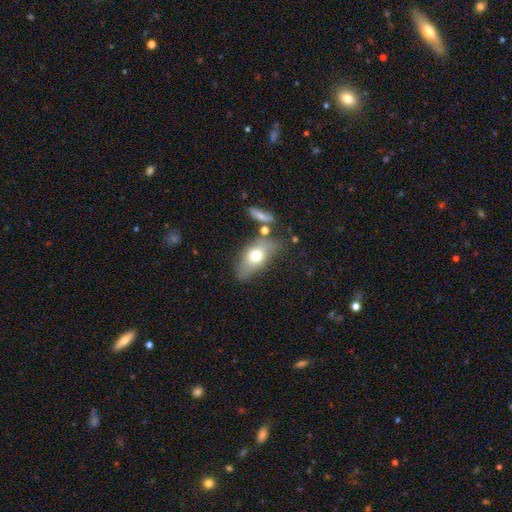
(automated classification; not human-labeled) Overall: smooth (67%). How rounded: in between (82%). Merging: none (63%).